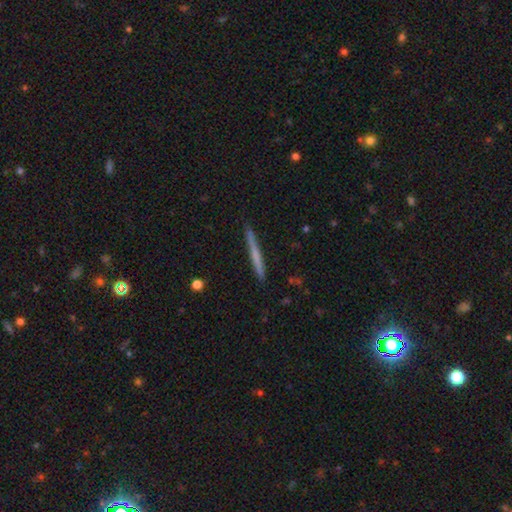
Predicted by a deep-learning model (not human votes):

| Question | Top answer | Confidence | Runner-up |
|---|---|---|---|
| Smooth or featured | smooth | 53% | featured or disk (42%) |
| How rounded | cigar-shaped | 97% | in between (2%) |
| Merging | none | 90% | minor disturbance (8%) |